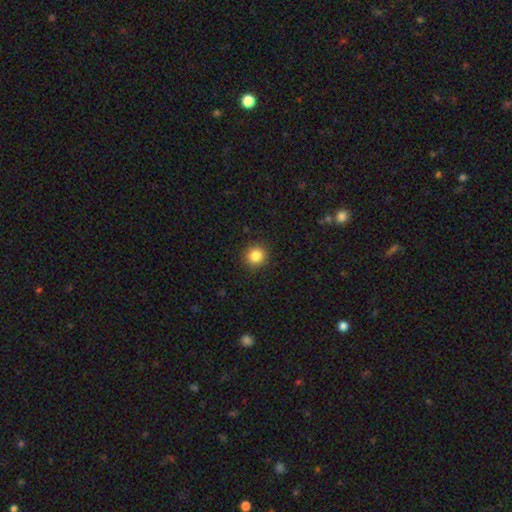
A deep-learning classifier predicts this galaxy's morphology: smooth 85%, star or artifact 10%, featured or disk 4%. Down the decision tree: how rounded — round (92%); merging — none (92%).